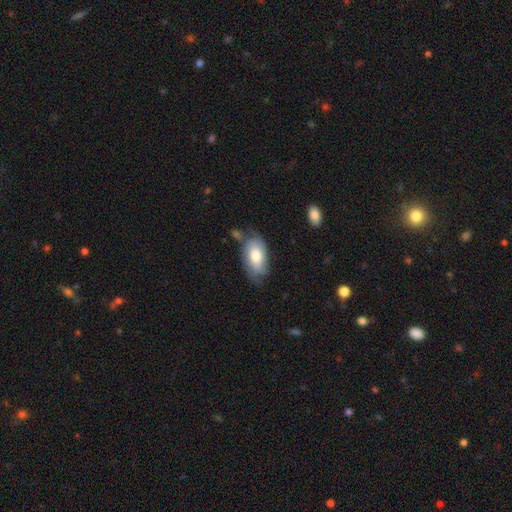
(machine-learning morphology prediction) A smooth galaxy with no disk features (61%) that is in between round and cigar-shaped (92%). Merging: none (53%).